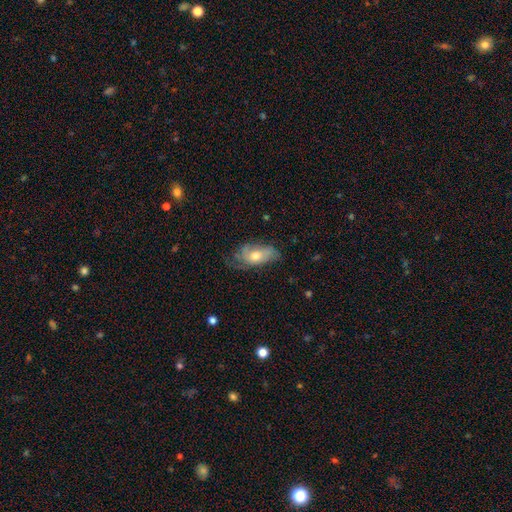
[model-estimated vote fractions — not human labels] smooth-or-featured: smooth: 49% | featured or disk: 43% | star or artifact: 8%
  merging: none: 45% | minor disturbance: 33% | major disturbance: 20% | merger: 2%